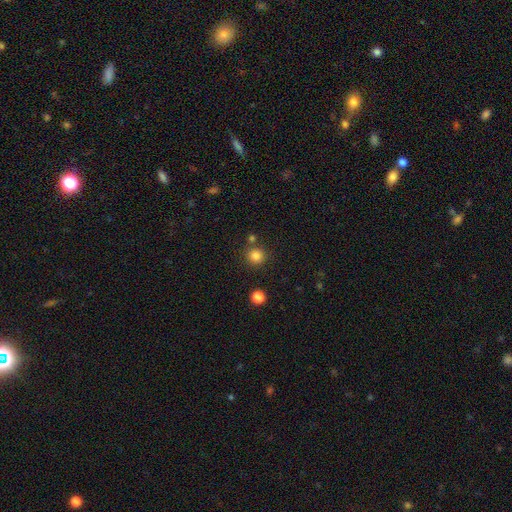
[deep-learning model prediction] Smooth or featured: smooth — 83% (star or artifact — 13%)
How rounded: round — 94% (in between — 6%)
Merging: none — 83% (merger — 7%)